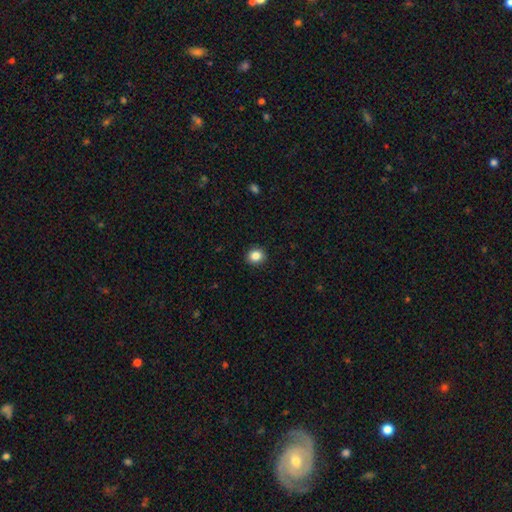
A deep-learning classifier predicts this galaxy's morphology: type=smooth (86%); roundness=round (73%); merging=none (91%).